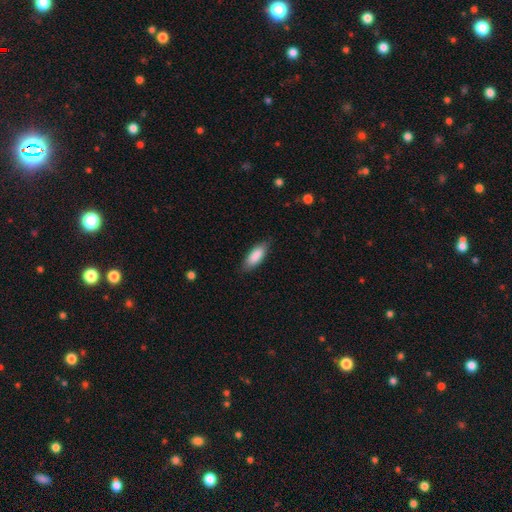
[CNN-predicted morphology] A smooth galaxy with no disk features (87%) that is in between round and cigar-shaped (74%).

Vote fractions:
- Smooth or featured? smooth: 87% / featured or disk: 7% / star or artifact: 6%
- How rounded? in between: 74% / cigar-shaped: 24% / round: 2%
- Merging? none: 81% / minor disturbance: 15% / major disturbance: 3% / merger: 1%